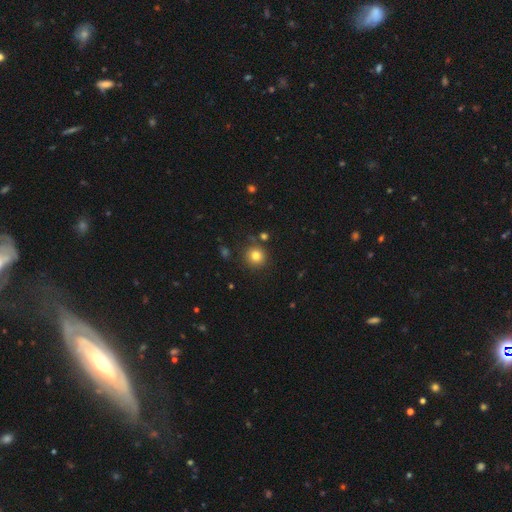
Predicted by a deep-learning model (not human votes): Q: Smooth or featured?
A: smooth (80%); runner-up: star or artifact (13%)
Q: How rounded?
A: round (92%); runner-up: in between (7%)
Q: Merging?
A: none (85%); runner-up: minor disturbance (8%)